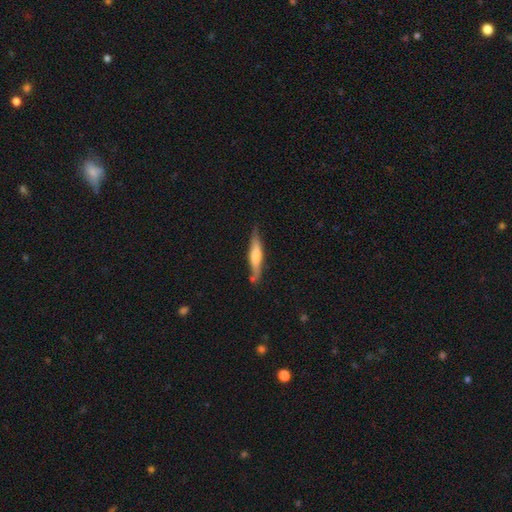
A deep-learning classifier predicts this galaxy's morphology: A smooth galaxy with no disk features (48%). Merging: none (74%).